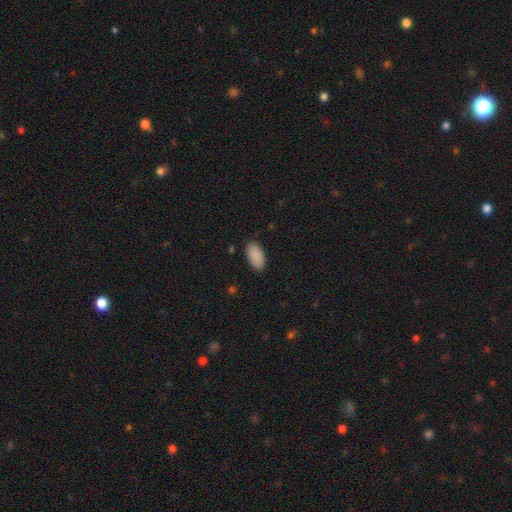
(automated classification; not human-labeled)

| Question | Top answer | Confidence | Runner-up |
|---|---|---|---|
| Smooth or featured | smooth | 90% | star or artifact (7%) |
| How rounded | in between | 94% | cigar-shaped (4%) |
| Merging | none | 88% | minor disturbance (9%) |